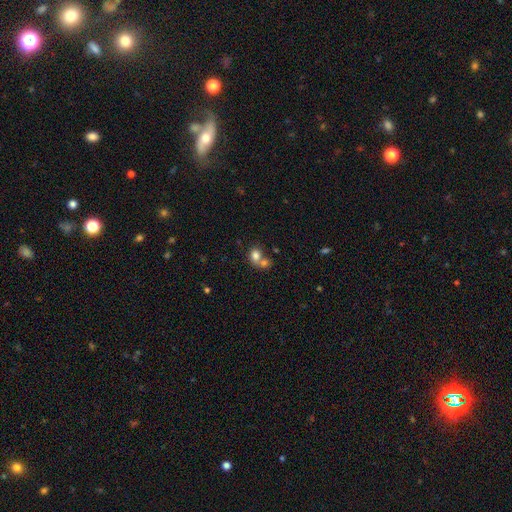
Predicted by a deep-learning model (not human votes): This appears to be a smooth galaxy with no disk features (77%) that is round (57%). Merging: merger (58%).